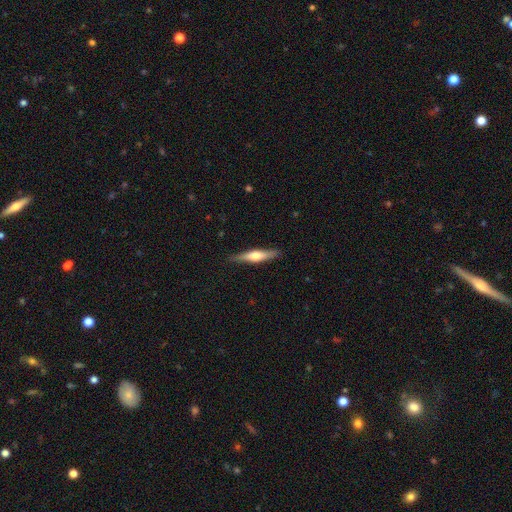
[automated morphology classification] This is possibly a featured or disk galaxy (56%). It is clearly viewed edge-on (95%). Edge-on bulge: clearly rounded (91%). Merging: clearly none (88%).